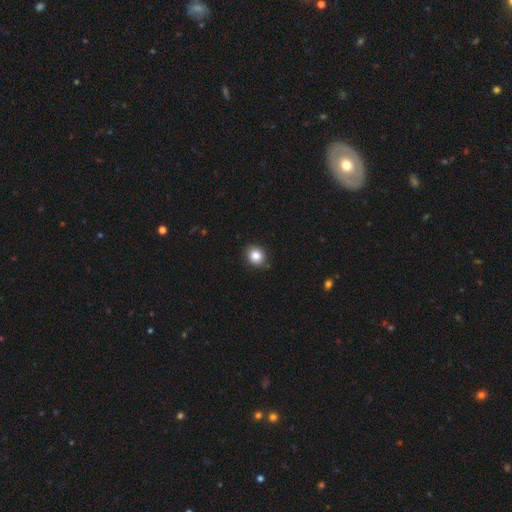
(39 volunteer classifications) A smooth galaxy with no disk features (90%) that is round (69%).

Vote fractions:
- Smooth or featured? smooth: 90% / featured or disk: 5% / star or artifact: 5%
- How rounded? round: 69% / in between: 31% / cigar-shaped: 0%
- Merging? none: 89% / minor disturbance: 11% / major disturbance: 0% / merger: 0%